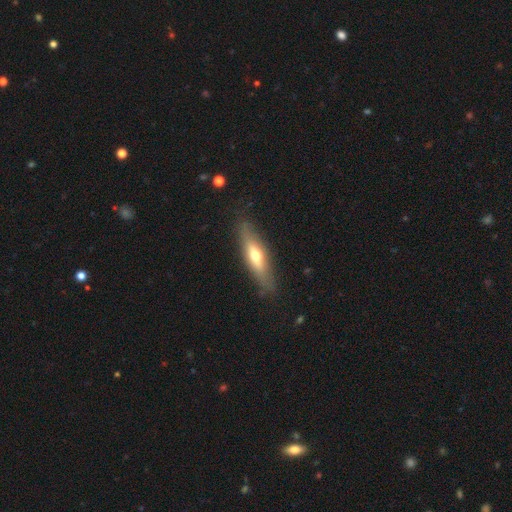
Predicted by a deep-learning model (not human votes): Q: Smooth or featured?
A: smooth (48%); runner-up: featured or disk (46%)
Q: Merging?
A: none (82%); runner-up: minor disturbance (13%)